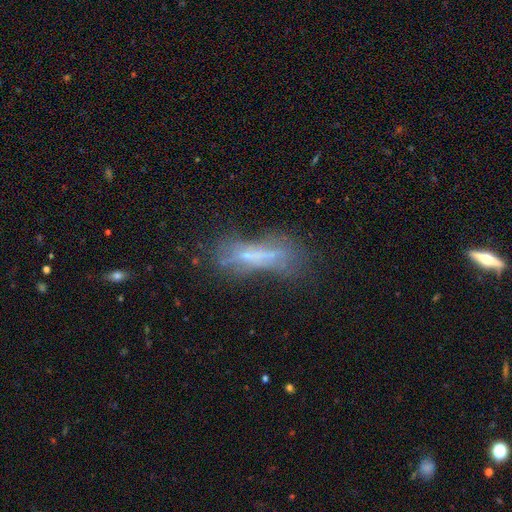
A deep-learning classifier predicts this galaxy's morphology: smooth-or-featured: featured or disk: 45% | smooth: 41% | star or artifact: 15%
  merging: none: 46% | minor disturbance: 24% | major disturbance: 22% | merger: 7%